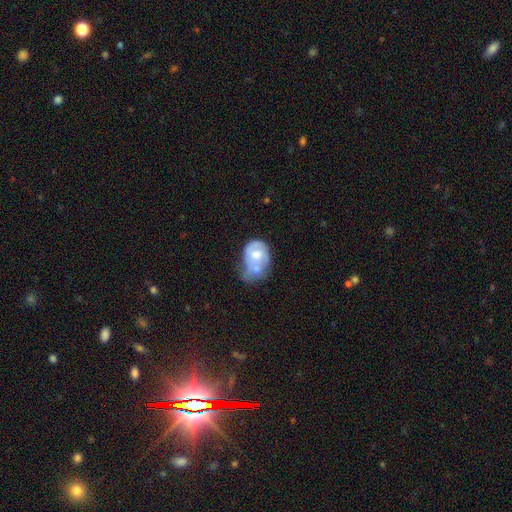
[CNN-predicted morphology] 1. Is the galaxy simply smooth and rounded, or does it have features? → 48% featured or disk, 46% smooth, 6% star or artifact.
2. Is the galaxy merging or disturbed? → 47% merger, 20% minor disturbance, 19% major disturbance, 15% none.